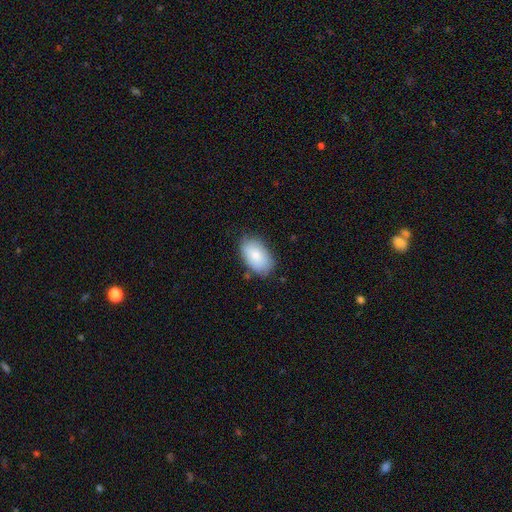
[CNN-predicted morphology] Overall: smooth (81%). How rounded: in between (93%). Merging: none (77%).